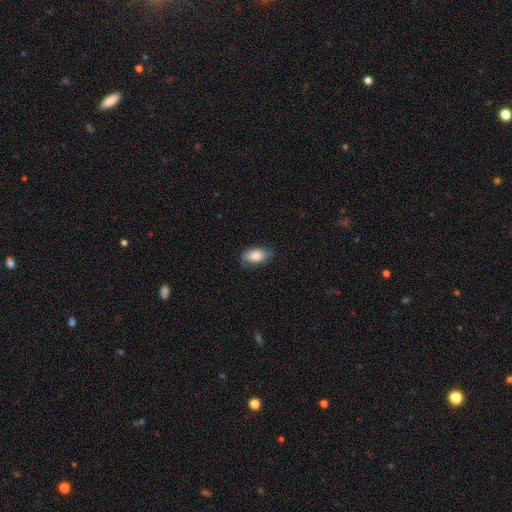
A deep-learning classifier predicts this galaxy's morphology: Q: Smooth or featured?
A: smooth (77%); runner-up: featured or disk (16%)
Q: How rounded?
A: in between (90%); runner-up: round (6%)
Q: Merging?
A: none (69%); runner-up: minor disturbance (24%)